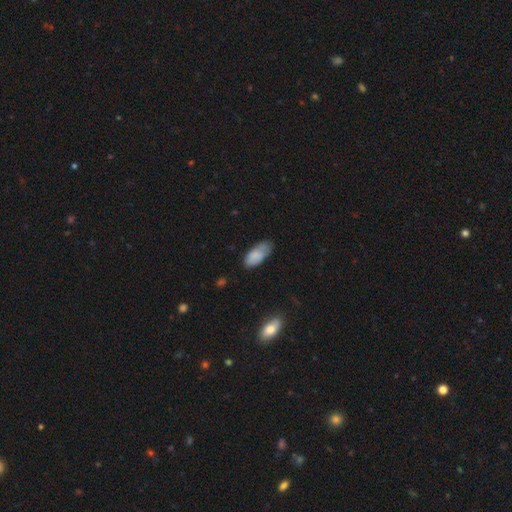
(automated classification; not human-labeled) Smooth or featured? Predicted: smooth (p=0.79). How rounded? Predicted: in between (p=0.90). Merging? Predicted: none (p=0.56).